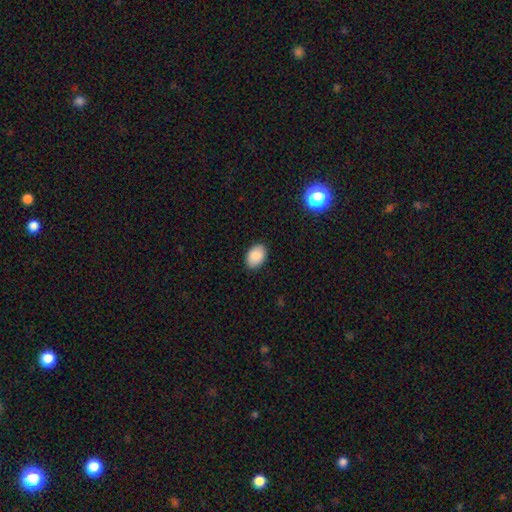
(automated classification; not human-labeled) This appears to be a smooth galaxy with no disk features (89%) that is in between round and cigar-shaped (87%). Merging: none (88%).